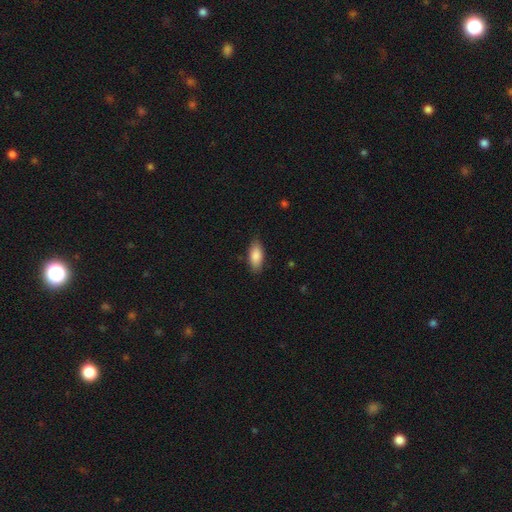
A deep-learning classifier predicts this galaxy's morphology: type=smooth (86%); roundness=in between (85%); merging=none (85%).